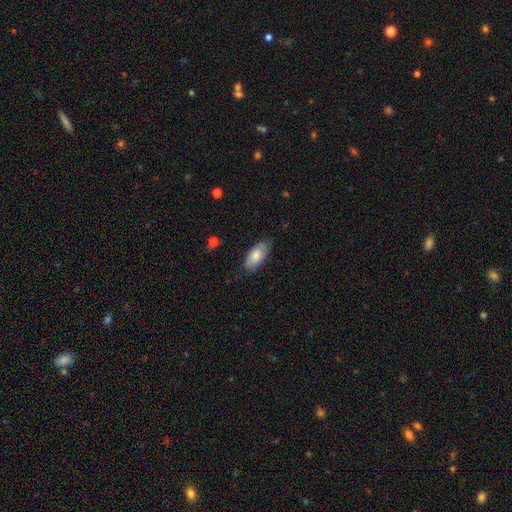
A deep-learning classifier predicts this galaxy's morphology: Q: Smooth or featured?
A: smooth (76%); runner-up: featured or disk (18%)
Q: How rounded?
A: in between (90%); runner-up: cigar-shaped (8%)
Q: Merging?
A: none (77%); runner-up: minor disturbance (19%)